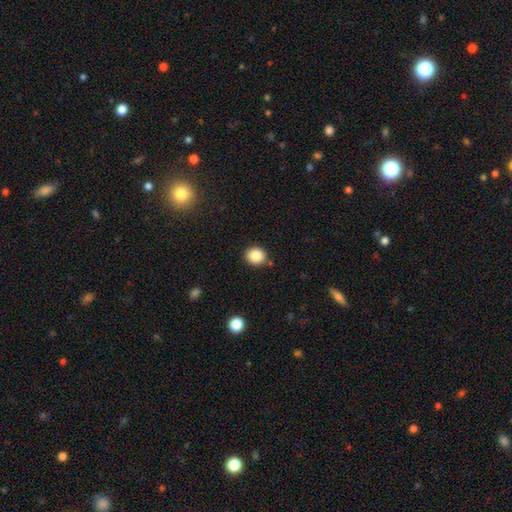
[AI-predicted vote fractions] Overall: smooth (85%). How rounded: round (77%). Merging: none (86%).